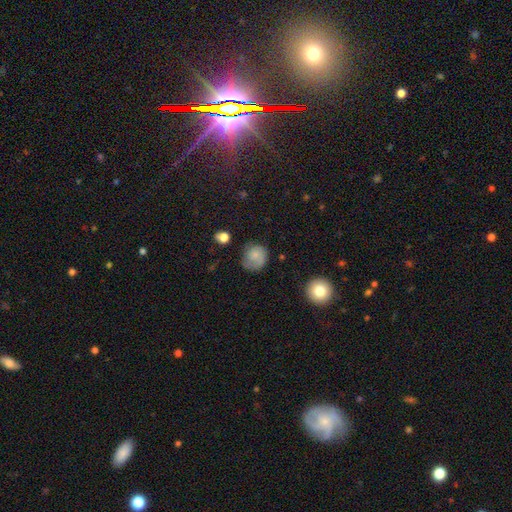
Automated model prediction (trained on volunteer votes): Overall: smooth (68%). How rounded: round (78%). Merging: none (58%; minor disturbance 27%).